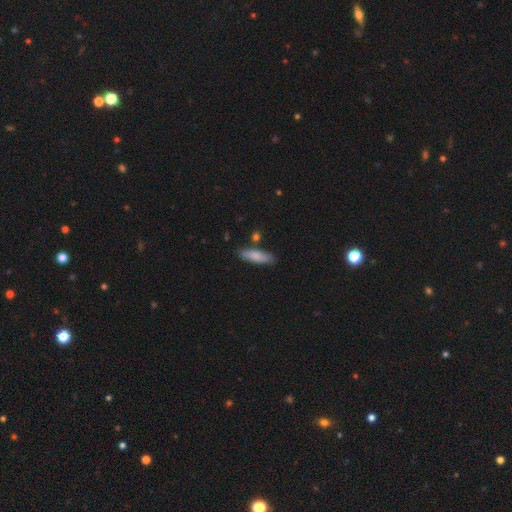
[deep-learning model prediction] smooth-or-featured: smooth: 83% | featured or disk: 11% | star or artifact: 6%
  how-rounded: cigar-shaped: 57% | in between: 41% | round: 2%
  merging: none: 81% | minor disturbance: 13% | merger: 4% | major disturbance: 2%